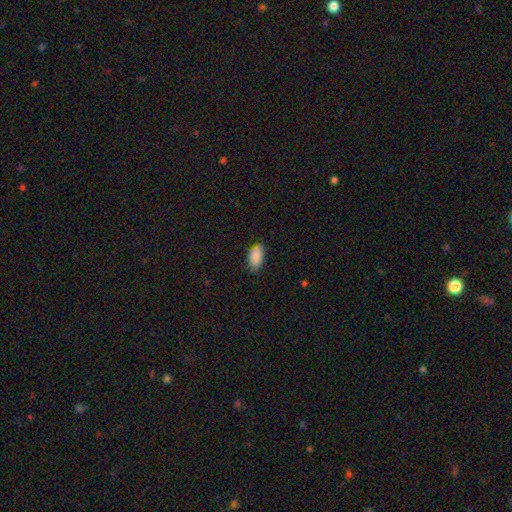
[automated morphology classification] smooth-or-featured: smooth: 87% | star or artifact: 8% | featured or disk: 5%
  how-rounded: in between: 93% | round: 4% | cigar-shaped: 3%
  merging: none: 69% | minor disturbance: 25% | major disturbance: 4% | merger: 1%